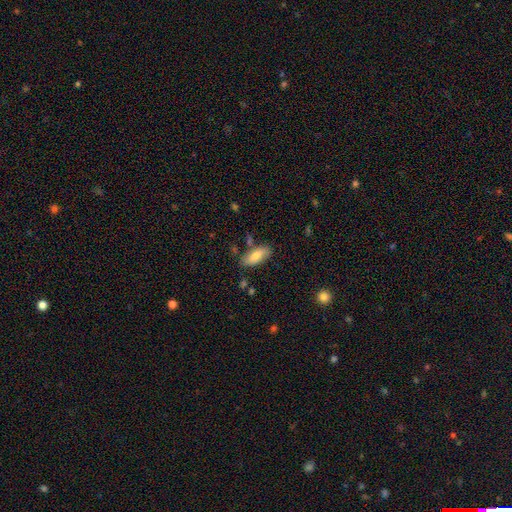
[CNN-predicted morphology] The model was most divided on "merging": none: 78%, minor disturbance: 14%, merger: 4%, major disturbance: 3%. More confident: how rounded — in between (81%); smooth or featured — smooth (79%).